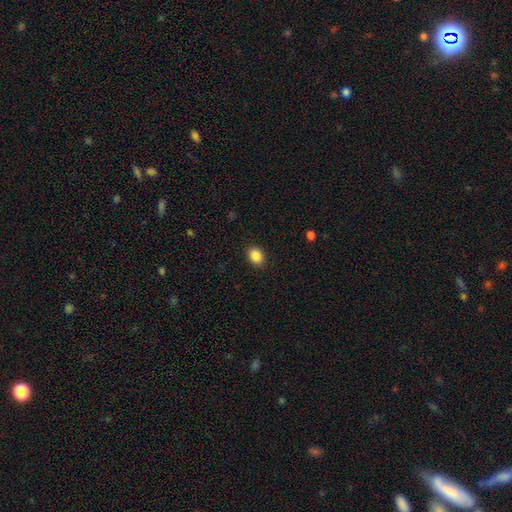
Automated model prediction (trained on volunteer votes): Smooth or featured? smooth (87%)
How rounded? in between (59%)
Merging? none (90%)